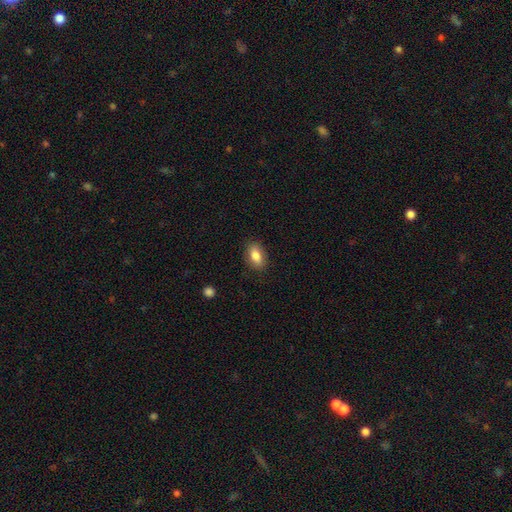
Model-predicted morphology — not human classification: Smooth or featured? smooth (84%)
How rounded? in between (88%)
Merging? none (87%)